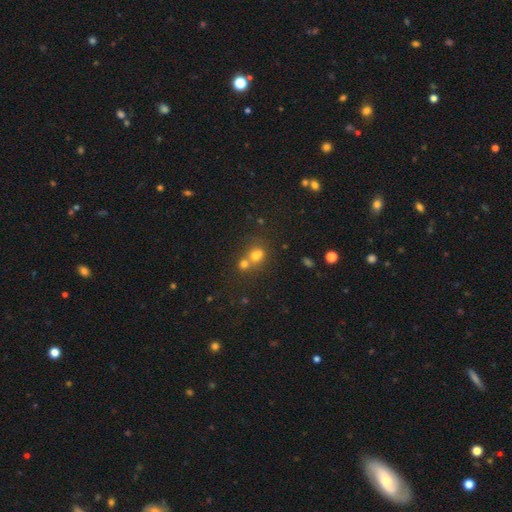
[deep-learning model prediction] smooth 66%, star or artifact 18%, featured or disk 15%. Down the decision tree: how rounded — round (71%); merging — merger (59%).